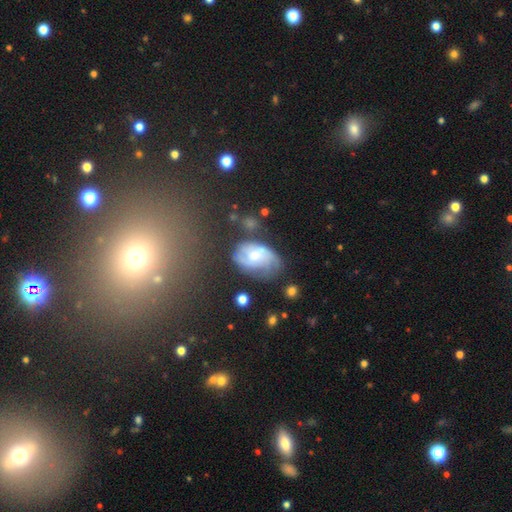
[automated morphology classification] type=featured or disk (56%); edge-on=no (96%); bar=no (68%); spiral arms=yes (75%); bulge=small (46%); merging=none (42%).